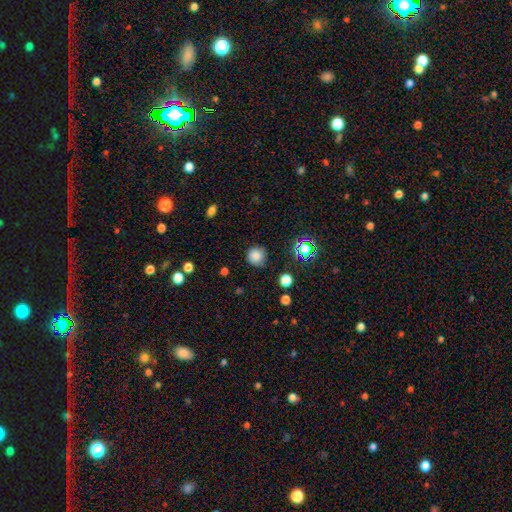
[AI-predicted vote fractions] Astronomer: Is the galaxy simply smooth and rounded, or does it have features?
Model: smooth — 80%.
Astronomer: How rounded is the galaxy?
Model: round — 94%.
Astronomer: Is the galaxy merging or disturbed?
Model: none — 82%.